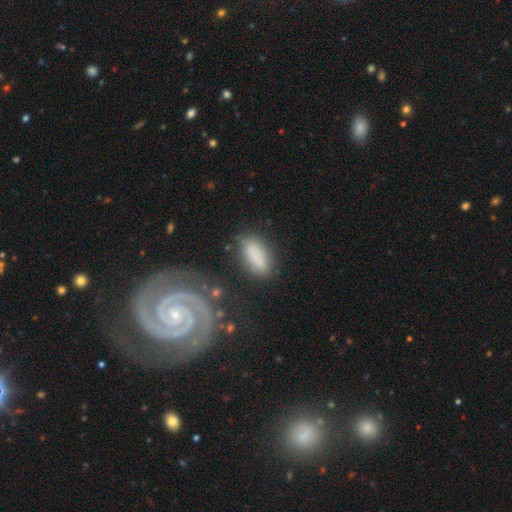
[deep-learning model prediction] This appears to be a smooth galaxy with no disk features (75%) that is in between round and cigar-shaped (77%). Merging: none (73%).